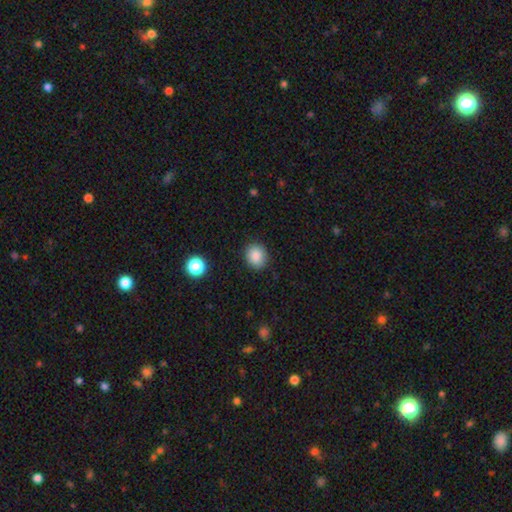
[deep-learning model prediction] Q: Smooth or featured?
A: smooth (86%); runner-up: star or artifact (10%)
Q: How rounded?
A: round (70%); runner-up: in between (30%)
Q: Merging?
A: none (88%); runner-up: minor disturbance (8%)